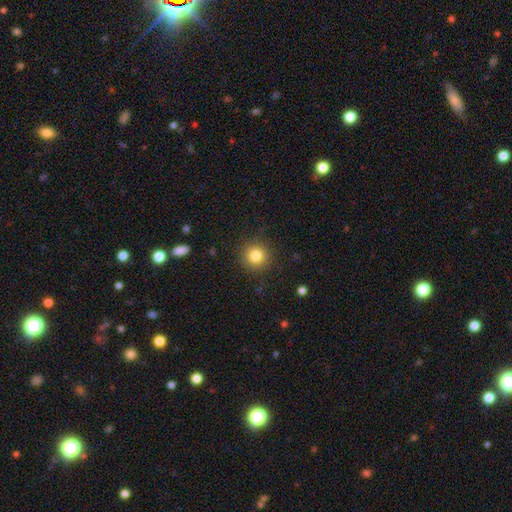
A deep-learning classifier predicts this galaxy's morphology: Smooth or featured? Predicted: smooth (p=0.82). How rounded? Predicted: round (p=0.94). Merging? Predicted: none (p=0.89).